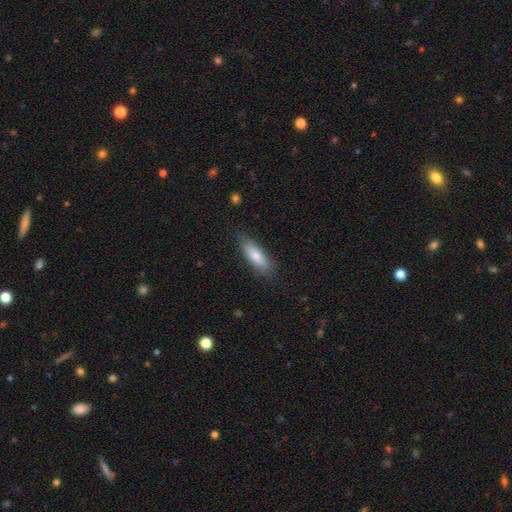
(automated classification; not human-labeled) Morphology: type=smooth (79%); roundness=in between (57%); merging=none (80%).